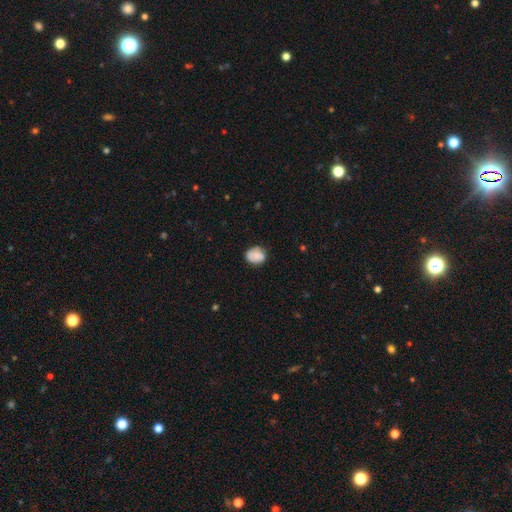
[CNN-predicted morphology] Smooth or featured: smooth — 74% (featured or disk — 17%)
How rounded: round — 60% (in between — 39%)
Merging: none — 69% (minor disturbance — 24%)